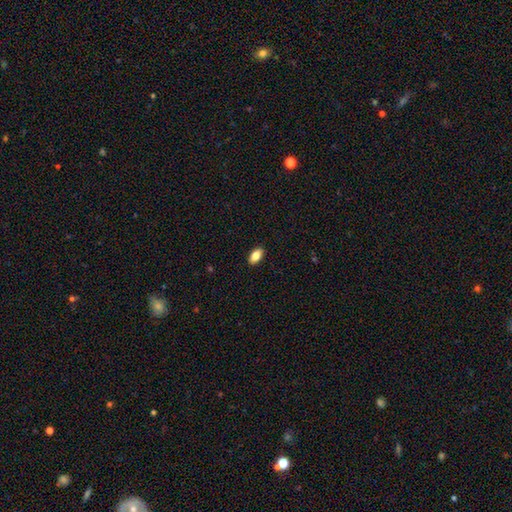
Smooth or featured: smooth — 84% (featured or disk — 11%)
How rounded: in between — 94% (cigar-shaped — 6%)
Merging: none — 86% (minor disturbance — 11%)